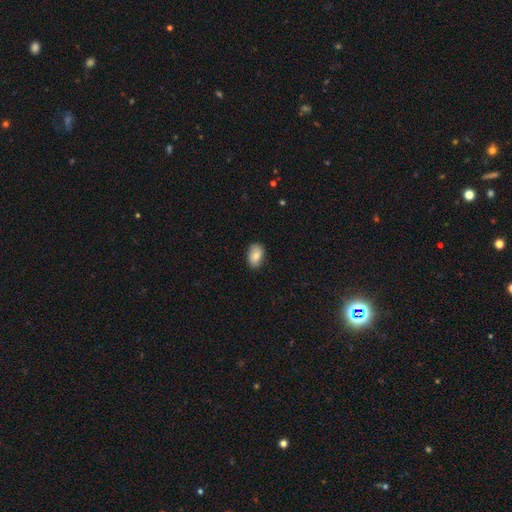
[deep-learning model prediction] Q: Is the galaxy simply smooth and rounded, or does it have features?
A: smooth — 79%.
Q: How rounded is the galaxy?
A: in between — 86%.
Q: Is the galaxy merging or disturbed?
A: none — 80%.